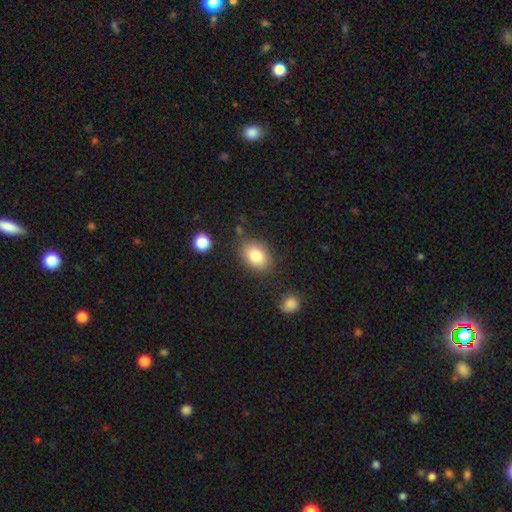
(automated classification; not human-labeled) A smooth galaxy with no disk features (82%) that is in between round and cigar-shaped (73%). Merging: none (77%).